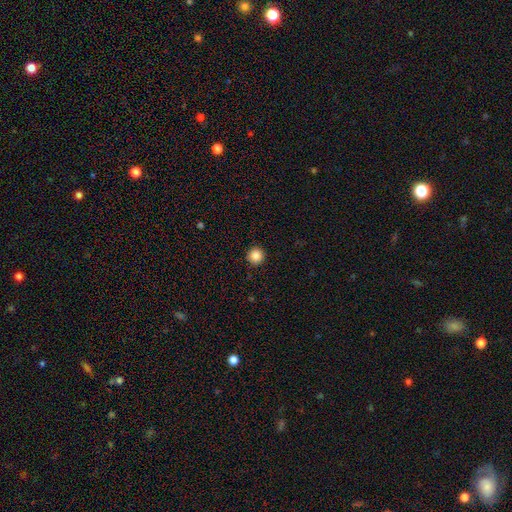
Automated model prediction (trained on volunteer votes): This is clearly a smooth galaxy (87%). How rounded: clearly round (96%). Merging: clearly none (93%).